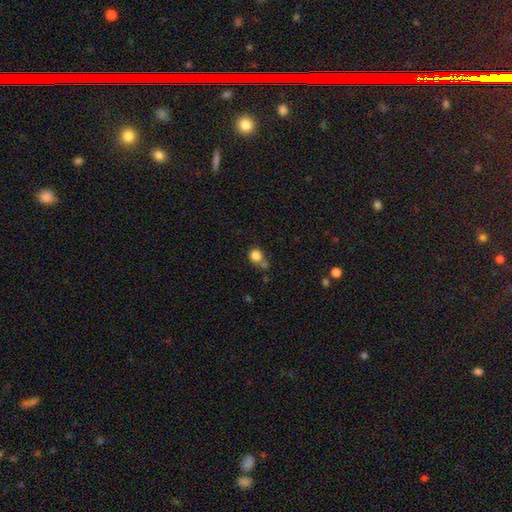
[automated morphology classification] smooth-or-featured: smooth: 80% | star or artifact: 12% | featured or disk: 8%
  how-rounded: round: 79% | in between: 20% | cigar-shaped: 1%
  merging: none: 44% | merger: 28% | minor disturbance: 18% | major disturbance: 11%